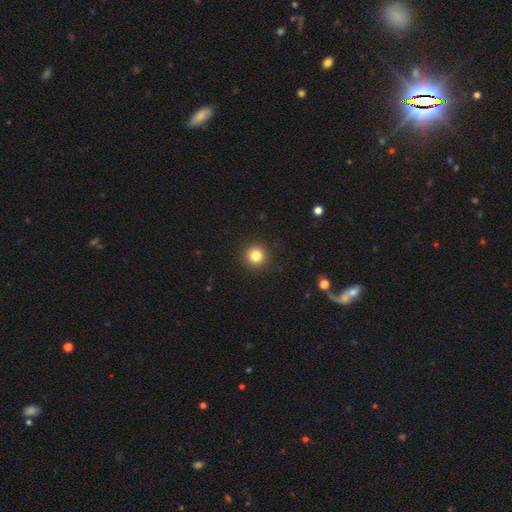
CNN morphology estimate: smooth-or-featured: smooth: 83% | star or artifact: 12% | featured or disk: 6%
  how-rounded: round: 95% | in between: 4% | cigar-shaped: 1%
  merging: none: 93% | minor disturbance: 5% | major disturbance: 2% | merger: 1%